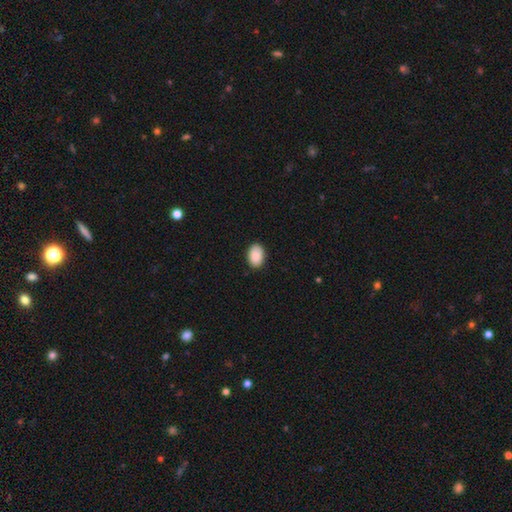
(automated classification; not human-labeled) Smooth or featured? Predicted: smooth (p=0.90). How rounded? Predicted: in between (p=0.89). Merging? Predicted: none (p=0.88).